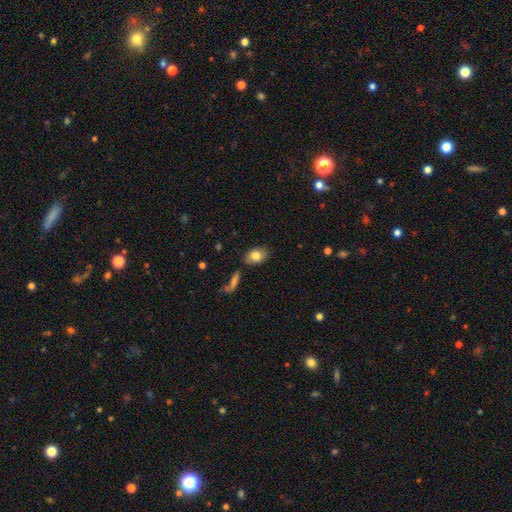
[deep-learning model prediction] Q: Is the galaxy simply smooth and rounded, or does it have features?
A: smooth — 81%.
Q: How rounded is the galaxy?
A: in between — 82%.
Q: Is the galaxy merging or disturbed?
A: none — 80%.